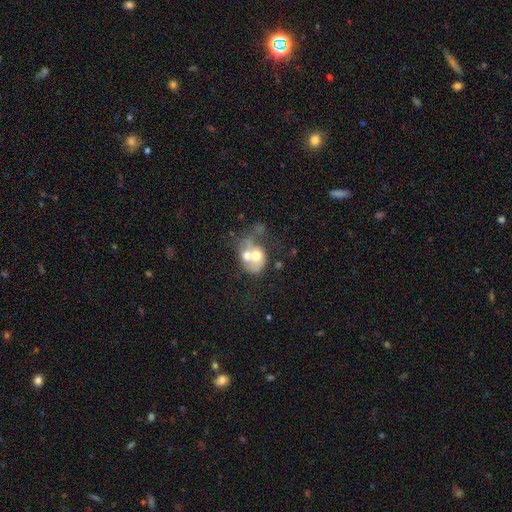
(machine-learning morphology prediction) Q: Smooth or featured?
A: featured or disk (46%); runner-up: smooth (45%)
Q: Merging?
A: merger (69%); runner-up: major disturbance (13%)